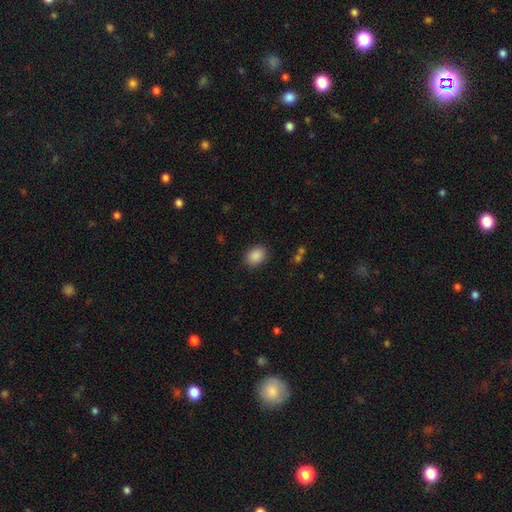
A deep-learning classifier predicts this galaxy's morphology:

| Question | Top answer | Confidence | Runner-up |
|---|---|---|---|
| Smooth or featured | smooth | 89% | star or artifact (8%) |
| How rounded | in between | 62% | round (37%) |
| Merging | none | 87% | minor disturbance (9%) |